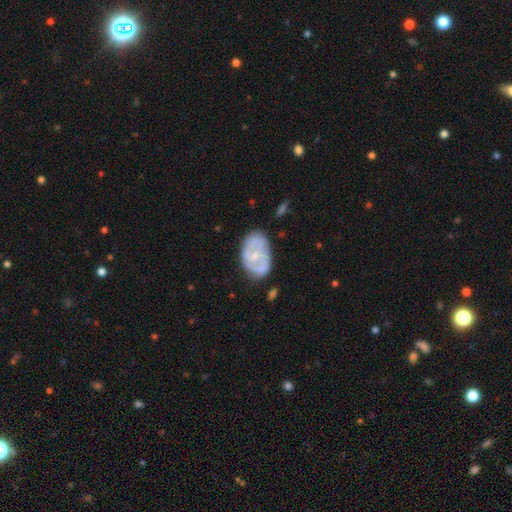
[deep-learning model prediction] This is likely a featured or disk galaxy (61%). It is clearly not viewed edge-on (96%). Bar: likely no (75%). Spiral arm pattern: possibly no (53%). Central bulge: likely small (64%). Merging: possibly none (57%).